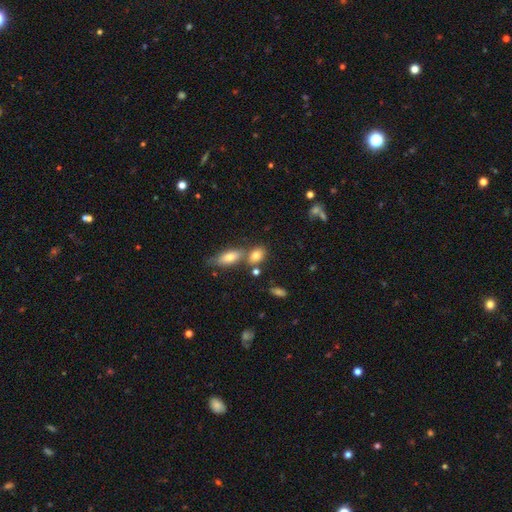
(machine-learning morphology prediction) Smooth or featured? Predicted: smooth (p=0.79). How rounded? Predicted: in between (p=0.76). Merging? Predicted: none (p=0.52).